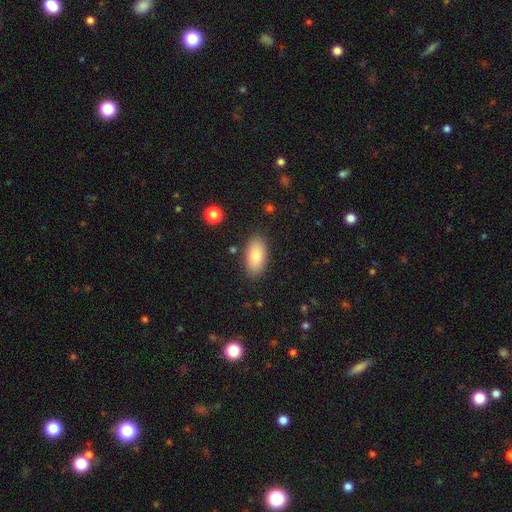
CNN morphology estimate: This appears to be a smooth galaxy with no disk features (82%) that is in between round and cigar-shaped (93%). Merging: none (85%).